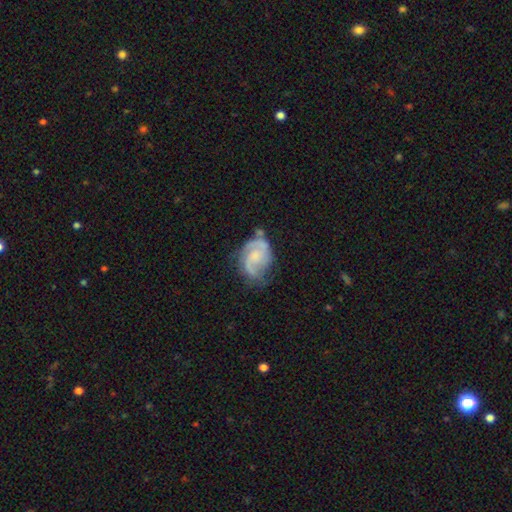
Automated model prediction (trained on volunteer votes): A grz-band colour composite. It shows a featured or disk galaxy (81%) with no bar (57%), 2 (81%) medium (50%) spiral arms (95%) and a small central bulge (43%). Merging: none (58%).